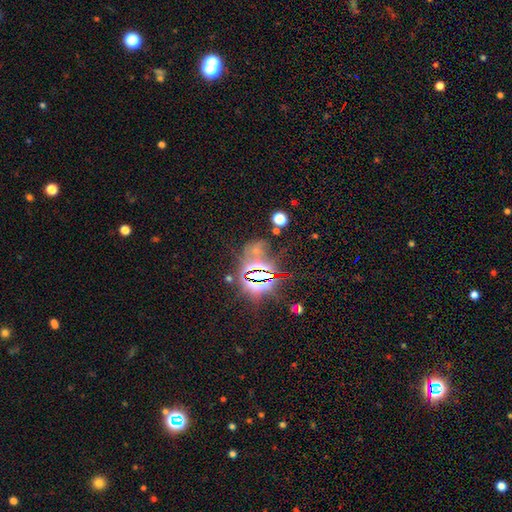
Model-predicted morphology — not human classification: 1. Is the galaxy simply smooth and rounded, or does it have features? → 77% star or artifact, 13% smooth, 10% featured or disk.